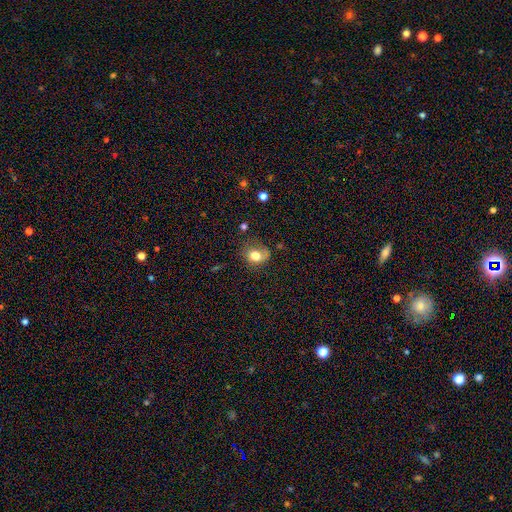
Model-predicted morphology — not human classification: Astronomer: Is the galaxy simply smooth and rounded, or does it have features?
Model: smooth — 74%.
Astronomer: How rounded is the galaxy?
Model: round — 55% (runner-up: in between, 44%).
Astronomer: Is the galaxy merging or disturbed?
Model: none — 50% (runner-up: minor disturbance, 30%).